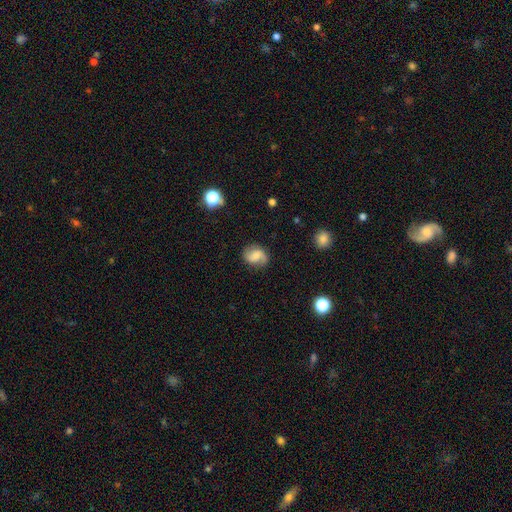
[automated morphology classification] featured or disk 49%, smooth 41%, star or artifact 10%. Down the decision tree: merging — none (73%).